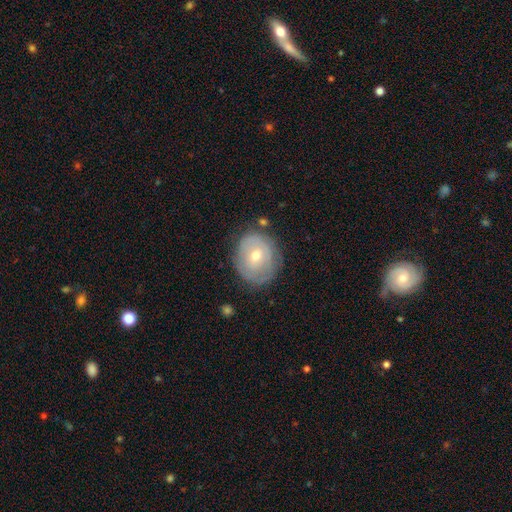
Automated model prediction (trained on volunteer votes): Smooth or featured? featured or disk (50%)
Merging? none (72%)